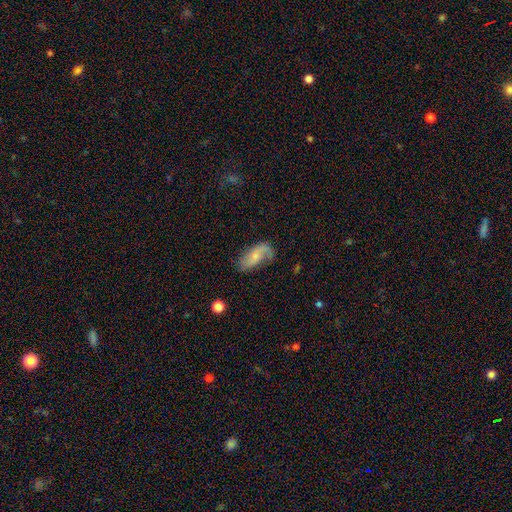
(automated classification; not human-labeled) Smooth or featured?
  - featured or disk: 57% *
  - smooth: 35%
  - star or artifact: 7%
Edge-on disk?
  - no: 94% *
  - yes: 6%
Bar?
  - no: 61% *
  - weak: 30%
  - strong: 9%
Spiral arms?
  - yes: 87% *
  - no: 13%
Bulge size?
  - small: 61% *
  - moderate: 26%
  - none: 10%
  - large: 2%
  - dominant: 1%
Merging?
  - none: 49% *
  - minor disturbance: 29%
  - major disturbance: 20%
  - merger: 3%